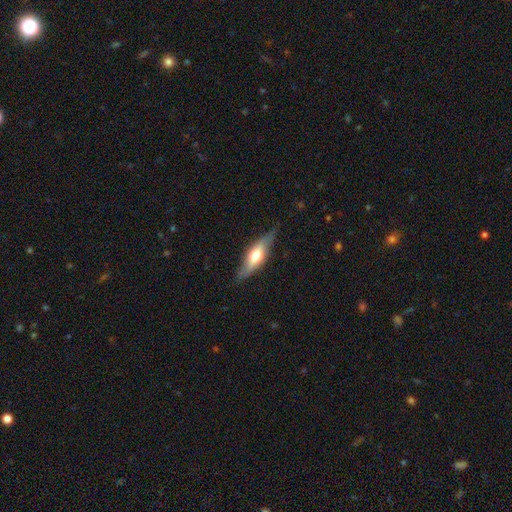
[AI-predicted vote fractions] Q: Smooth or featured?
A: featured or disk (53%); runner-up: smooth (42%)
Q: Edge-on disk?
A: yes (83%); runner-up: no (17%)
Q: Merging?
A: none (77%); runner-up: minor disturbance (18%)